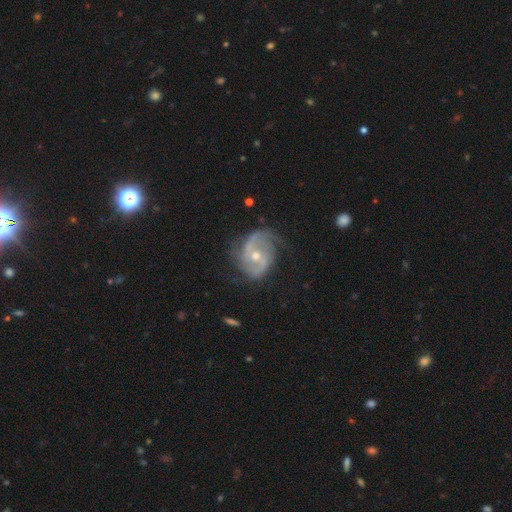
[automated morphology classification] Q: Smooth or featured?
A: featured or disk (88%); runner-up: smooth (6%)
Q: Edge-on disk?
A: no (97%); runner-up: yes (3%)
Q: Bar?
A: no (47%); runner-up: weak (41%)
Q: Spiral arms?
A: yes (97%); runner-up: no (3%)
Q: Spiral winding?
A: medium (49%); runner-up: tight (26%)
Q: Spiral arm count?
A: 2 (75%); runner-up: 3 (9%)
Q: Bulge size?
A: moderate (60%); runner-up: small (36%)
Q: Merging?
A: none (66%); runner-up: minor disturbance (23%)